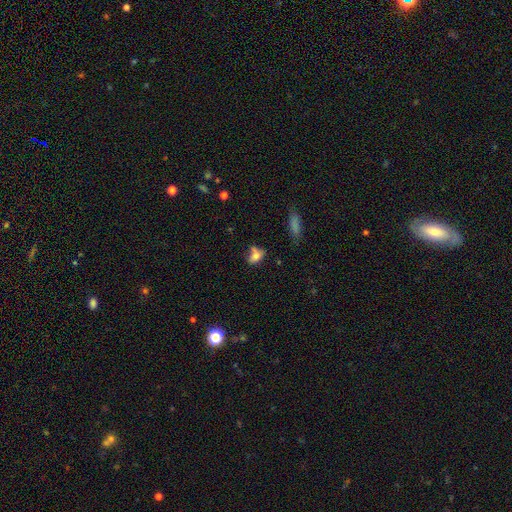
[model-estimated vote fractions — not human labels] Morphology: type=smooth (70%); roundness=in between (72%); merging=none (42%).